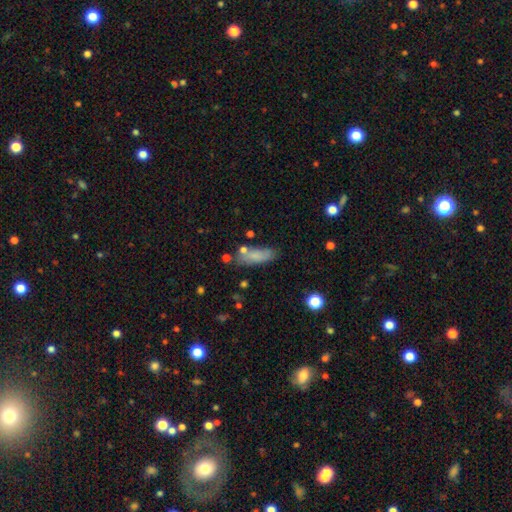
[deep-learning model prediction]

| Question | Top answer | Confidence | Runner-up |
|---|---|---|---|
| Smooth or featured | smooth | 79% | featured or disk (13%) |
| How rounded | in between | 66% | cigar-shaped (32%) |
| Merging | none | 67% | minor disturbance (19%) |